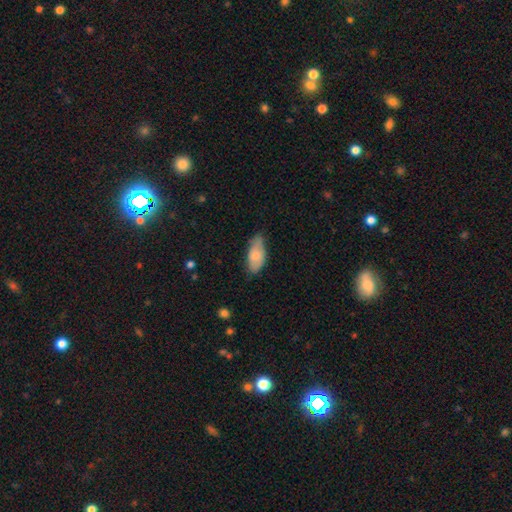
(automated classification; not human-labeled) Smooth or featured? Predicted: smooth (p=0.78). How rounded? Predicted: in between (p=0.89). Merging? Predicted: none (p=0.59).